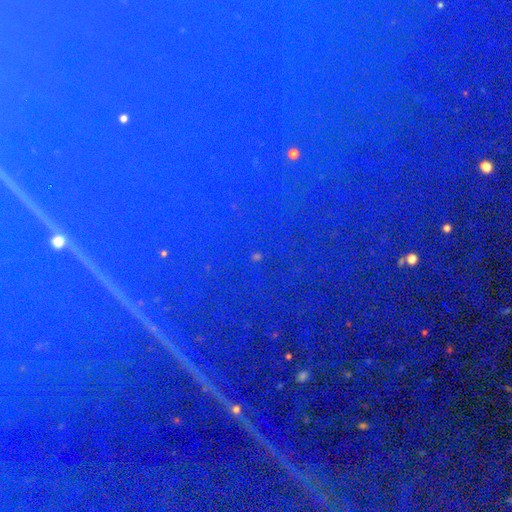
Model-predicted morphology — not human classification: Overall: star or artifact (84%).